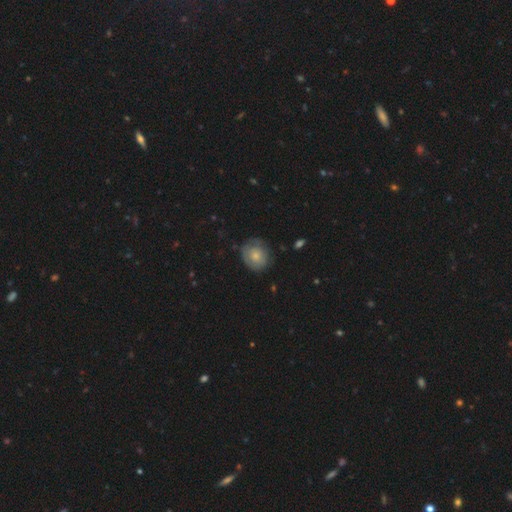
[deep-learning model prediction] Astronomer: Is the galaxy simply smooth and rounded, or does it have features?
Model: smooth — 64%.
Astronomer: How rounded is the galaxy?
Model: round — 73%.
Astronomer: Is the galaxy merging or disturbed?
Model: none — 67%.